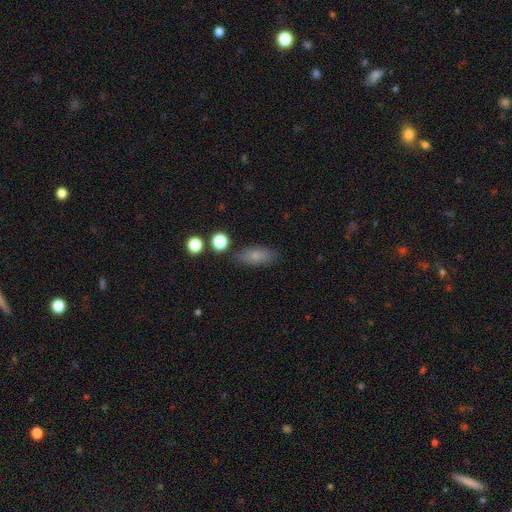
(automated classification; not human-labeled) This appears to be a smooth galaxy with no disk features (78%) that is in between round and cigar-shaped (77%). Merging: none (81%).